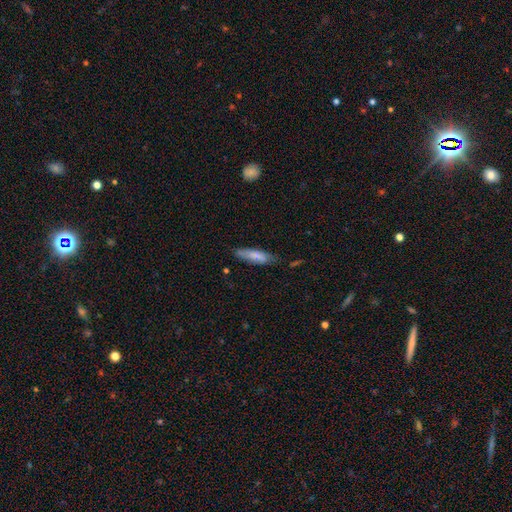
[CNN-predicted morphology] Smooth or featured? smooth (74%)
How rounded? cigar-shaped (62%)
Merging? none (69%)